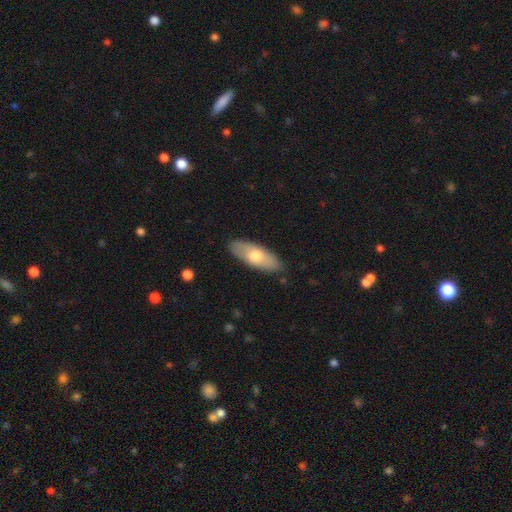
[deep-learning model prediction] smooth-or-featured: smooth: 63% | featured or disk: 32% | star or artifact: 5%
  how-rounded: in between: 76% | cigar-shaped: 22% | round: 2%
  merging: none: 87% | minor disturbance: 10% | major disturbance: 2% | merger: 1%